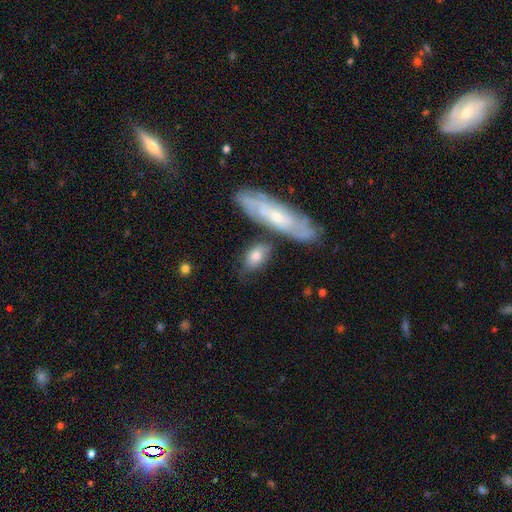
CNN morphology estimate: The model was most divided on "merging": none: 57%, minor disturbance: 19%, merger: 17%, major disturbance: 7%. More confident: how rounded — in between (77%); smooth or featured — smooth (70%).